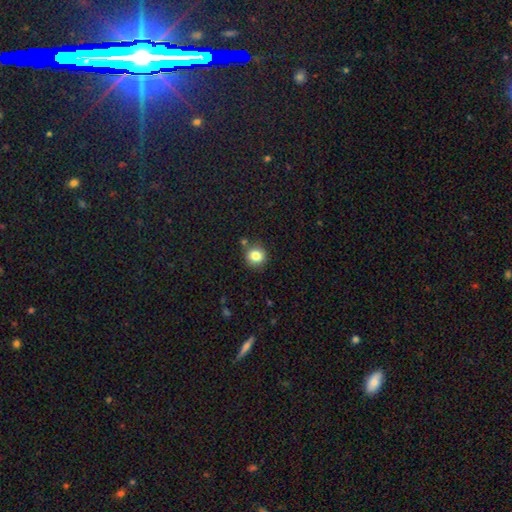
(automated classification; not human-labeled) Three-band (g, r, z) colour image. It shows a smooth galaxy with no disk features (82%) that is round (90%). Merging: none (80%).